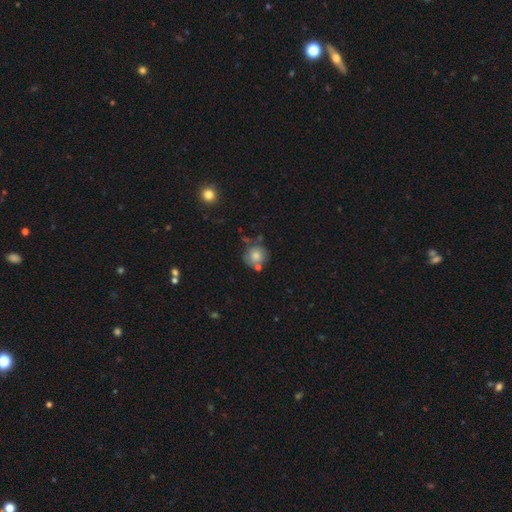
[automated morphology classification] This is likely a smooth galaxy (72%). How rounded: clearly round (89%). Merging: likely none (61%).